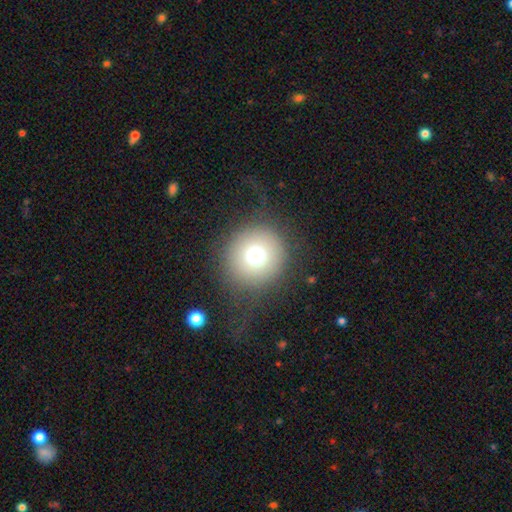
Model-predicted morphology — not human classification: type=smooth (71%); roundness=round (94%); merging=none (81%).